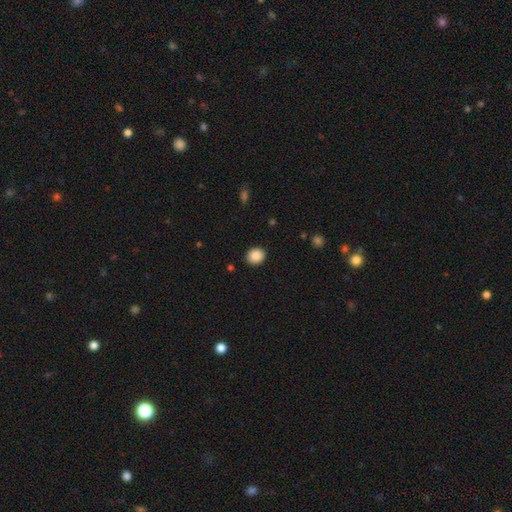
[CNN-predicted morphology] Smooth or featured? Predicted: smooth (p=0.89). How rounded? Predicted: round (p=0.67). Merging? Predicted: none (p=0.90).